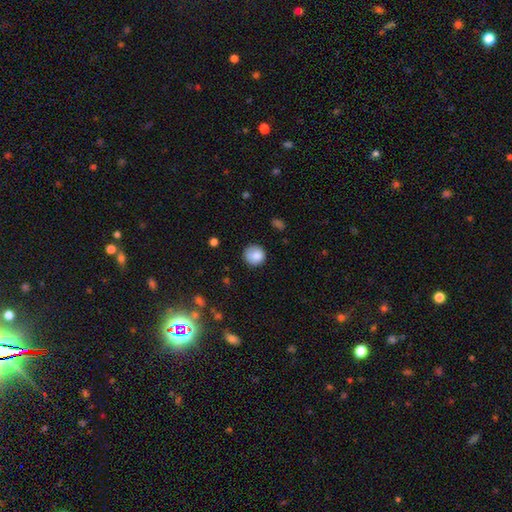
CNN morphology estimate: type=smooth (84%); roundness=round (91%); merging=none (77%).